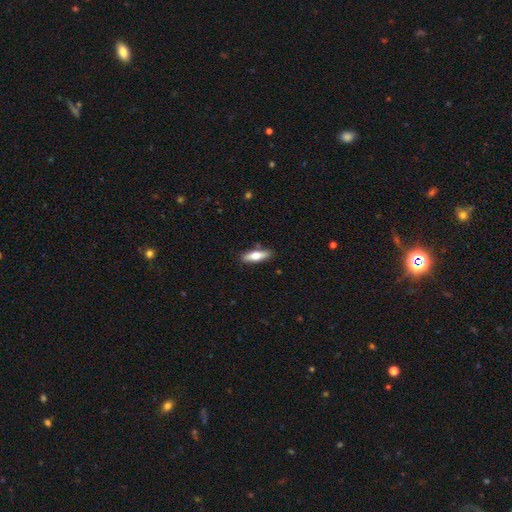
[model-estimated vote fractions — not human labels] Smooth or featured?
  - smooth: 64% *
  - featured or disk: 30%
  - star or artifact: 6%
How rounded?
  - cigar-shaped: 53% *
  - in between: 44%
  - round: 2%
Merging?
  - none: 85% *
  - minor disturbance: 10%
  - merger: 3%
  - major disturbance: 2%